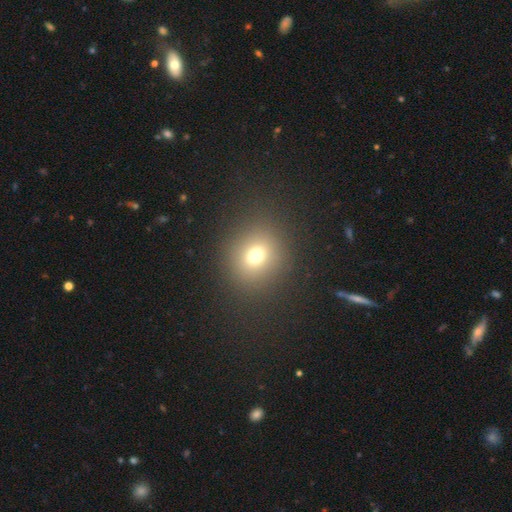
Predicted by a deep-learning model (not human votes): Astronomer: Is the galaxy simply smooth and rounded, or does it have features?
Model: smooth — 72%.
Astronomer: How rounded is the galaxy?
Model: round — 84%.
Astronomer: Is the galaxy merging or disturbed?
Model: none — 87%.